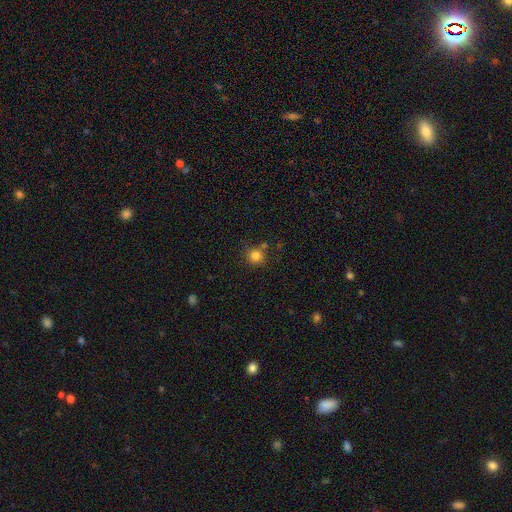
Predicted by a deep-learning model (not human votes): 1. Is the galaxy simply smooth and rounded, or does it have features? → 82% smooth, 13% star or artifact, 6% featured or disk.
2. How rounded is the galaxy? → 92% round, 7% in between, 1% cigar-shaped.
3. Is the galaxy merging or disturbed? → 76% none, 11% minor disturbance, 10% merger, 3% major disturbance.